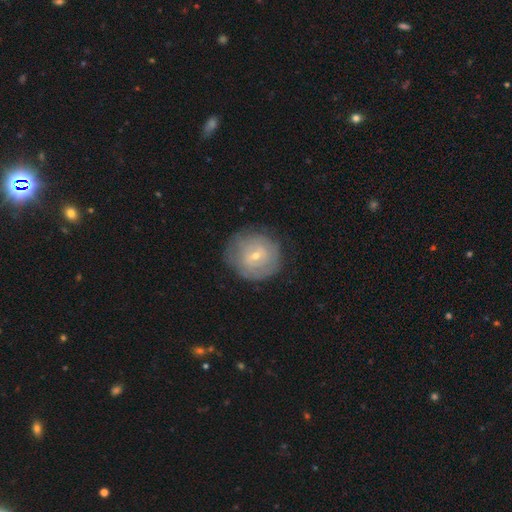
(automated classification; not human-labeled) smooth-or-featured: featured or disk: 47% | smooth: 43% | star or artifact: 9%
  merging: none: 78% | minor disturbance: 15% | major disturbance: 6% | merger: 1%